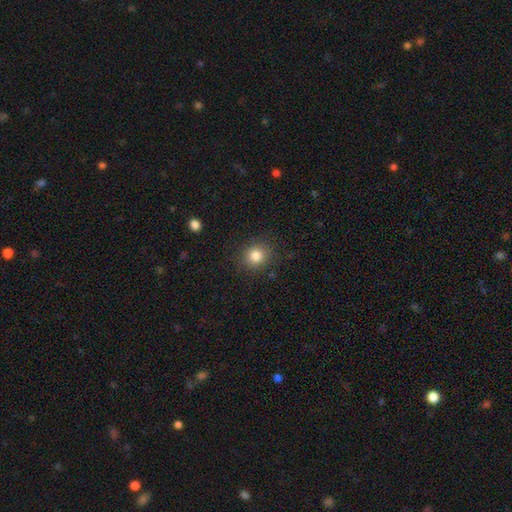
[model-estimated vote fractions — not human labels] Smooth or featured: smooth — 83% (star or artifact — 11%)
How rounded: round — 84% (in between — 15%)
Merging: none — 87% (minor disturbance — 9%)